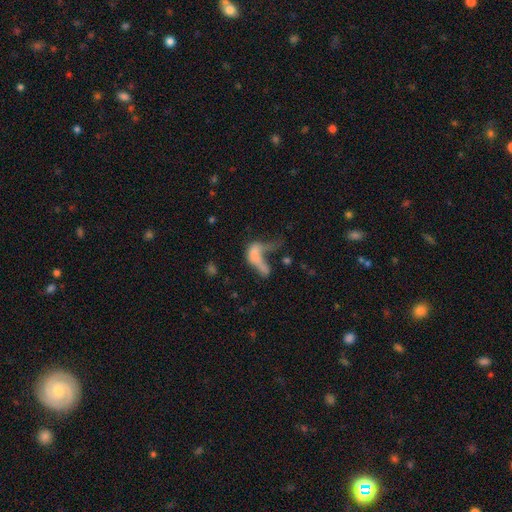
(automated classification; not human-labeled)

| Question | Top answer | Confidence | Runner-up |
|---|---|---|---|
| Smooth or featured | smooth | 54% | featured or disk (33%) |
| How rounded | in between | 67% | cigar-shaped (24%) |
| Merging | major disturbance | 46% | merger (29%) |